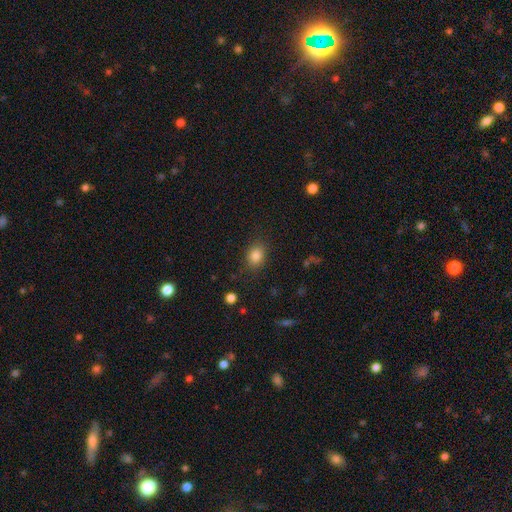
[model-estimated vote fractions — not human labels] Smooth or featured?
  - smooth: 83% *
  - star or artifact: 11%
  - featured or disk: 6%
How rounded?
  - in between: 60% *
  - round: 39%
  - cigar-shaped: 1%
Merging?
  - none: 84% *
  - minor disturbance: 11%
  - major disturbance: 3%
  - merger: 1%